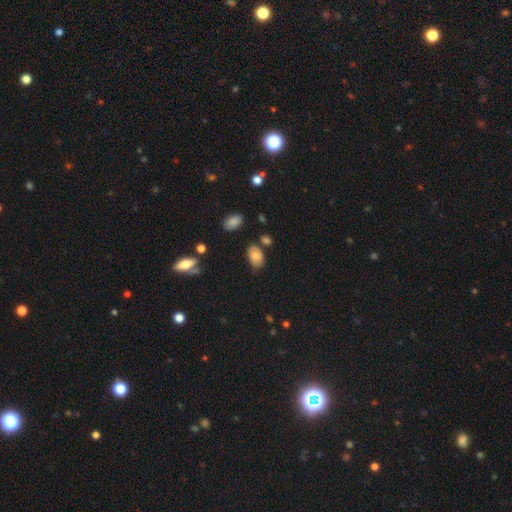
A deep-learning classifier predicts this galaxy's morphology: smooth-or-featured: smooth: 79% | featured or disk: 12% | star or artifact: 9%
  how-rounded: in between: 88% | round: 11% | cigar-shaped: 1%
  merging: none: 65% | minor disturbance: 22% | merger: 8% | major disturbance: 5%